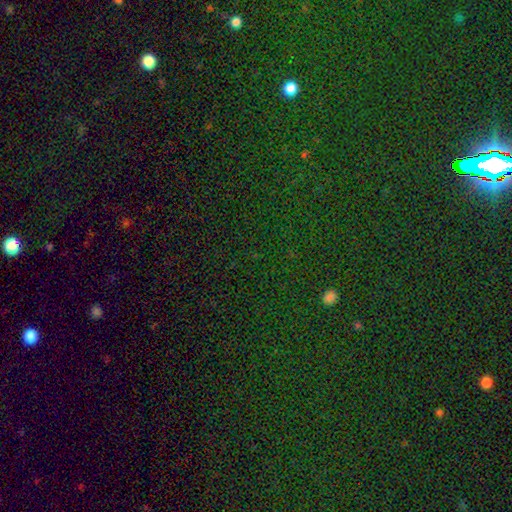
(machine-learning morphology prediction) Smooth or featured? star or artifact (80%)